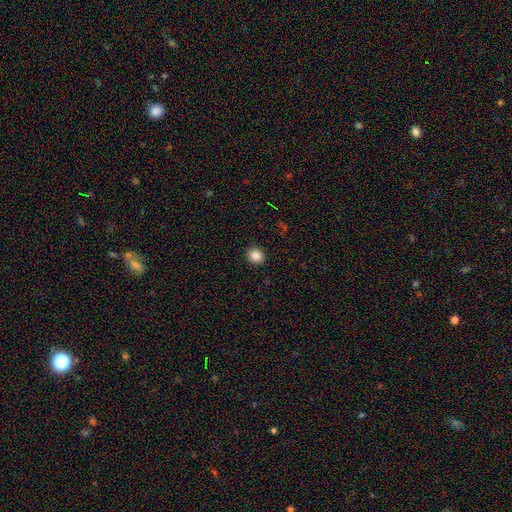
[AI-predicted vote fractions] Smooth or featured: smooth — 87% (star or artifact — 10%)
How rounded: round — 79% (in between — 21%)
Merging: none — 91% (minor disturbance — 6%)